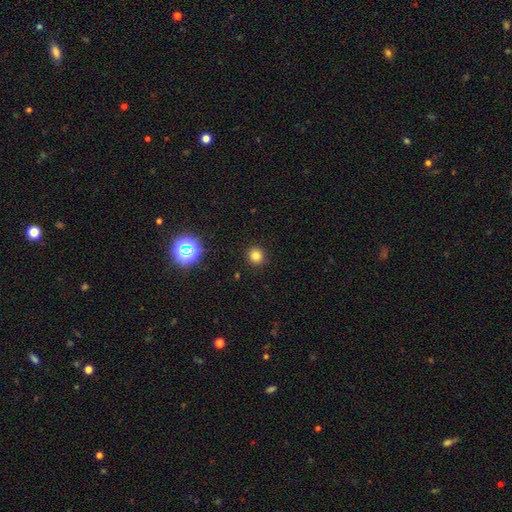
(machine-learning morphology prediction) A smooth galaxy with no disk features (79%) that is round (91%). Merging: none (91%).